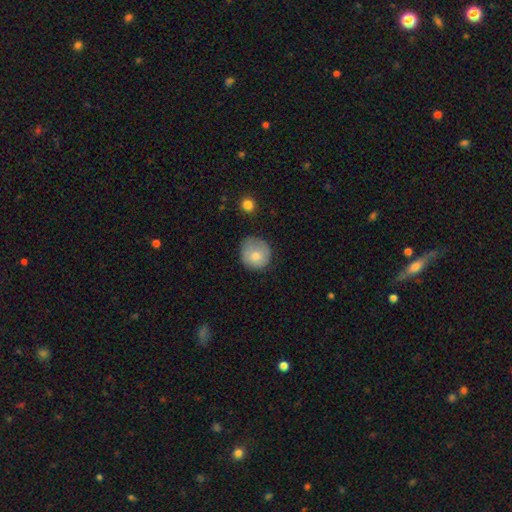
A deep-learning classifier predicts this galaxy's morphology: smooth_or_featured: smooth (p=0.76) [alt: featured or disk p=0.16]
how_rounded: round (p=0.87) [alt: in between p=0.12]
merging: none (p=0.62) [alt: minor disturbance p=0.28]